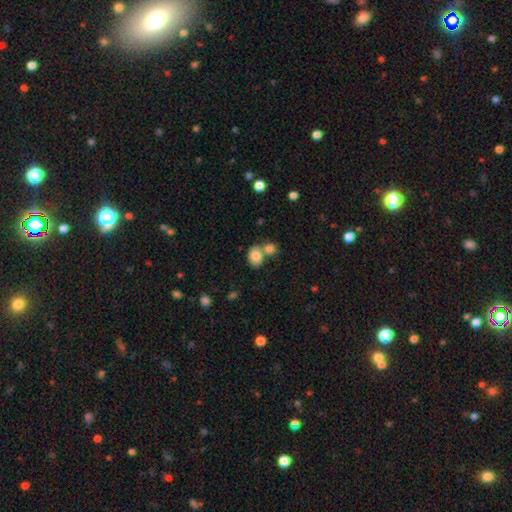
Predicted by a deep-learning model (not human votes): Overall: smooth (82%). How rounded: in between (58%; round 41%). Merging: none (46%; merger 41%).